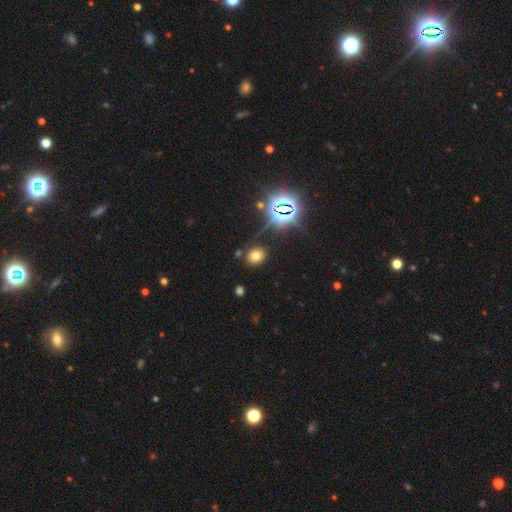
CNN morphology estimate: Q: Smooth or featured?
A: smooth (65%); runner-up: star or artifact (25%)
Q: How rounded?
A: round (58%); runner-up: in between (41%)
Q: Merging?
A: none (81%); runner-up: minor disturbance (10%)